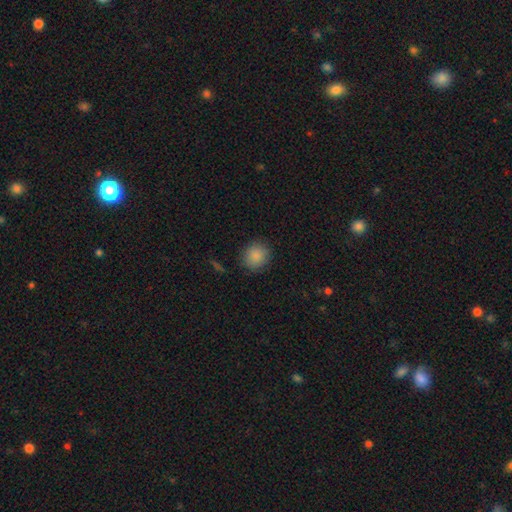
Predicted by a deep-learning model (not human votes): smooth_or_featured: smooth (p=0.87) [alt: star or artifact p=0.09]
how_rounded: round (p=0.86) [alt: in between p=0.13]
merging: none (p=0.87) [alt: minor disturbance p=0.09]